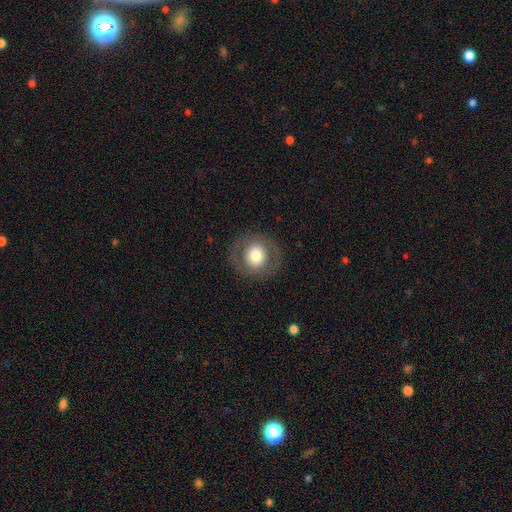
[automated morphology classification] A smooth galaxy with no disk features (63%) that is round (88%). Merging: none (85%).